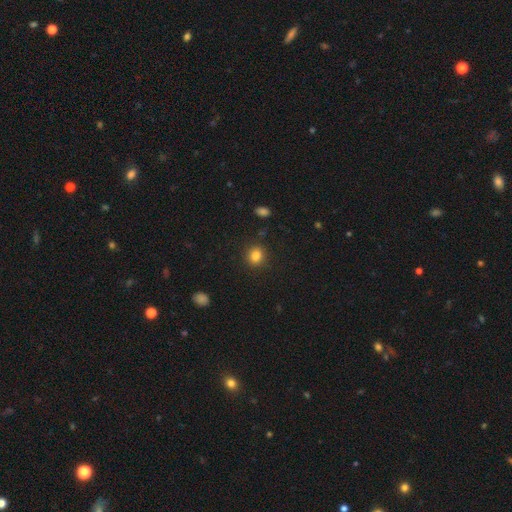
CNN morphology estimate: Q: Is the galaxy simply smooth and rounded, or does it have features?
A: smooth — 84%.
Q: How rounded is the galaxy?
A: round — 82%.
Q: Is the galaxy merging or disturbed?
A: none — 90%.